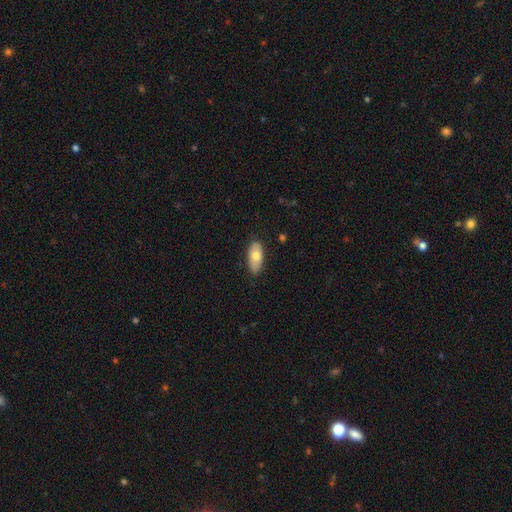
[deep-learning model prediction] Smooth or featured? smooth (71%)
How rounded? in between (90%)
Merging? none (80%)